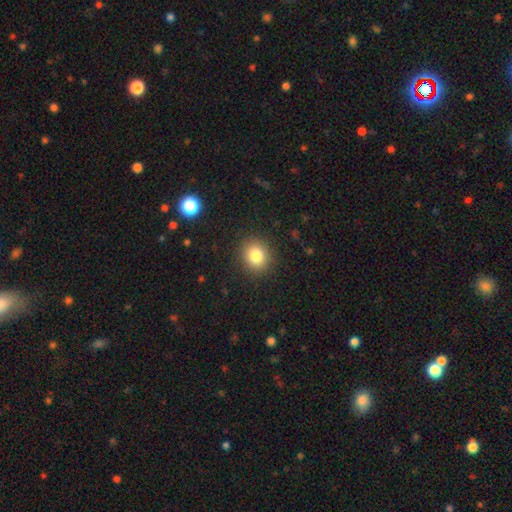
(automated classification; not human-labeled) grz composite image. It shows a smooth galaxy with no disk features (82%) that is round (80%). Merging: none (89%).